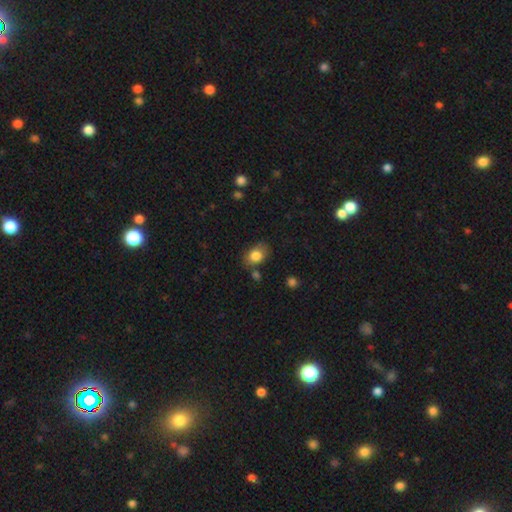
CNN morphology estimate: The model was most divided on "how rounded": in between: 72%, round: 27%, cigar-shaped: 1%. More confident: smooth or featured — smooth (82%); merging — none (71%).